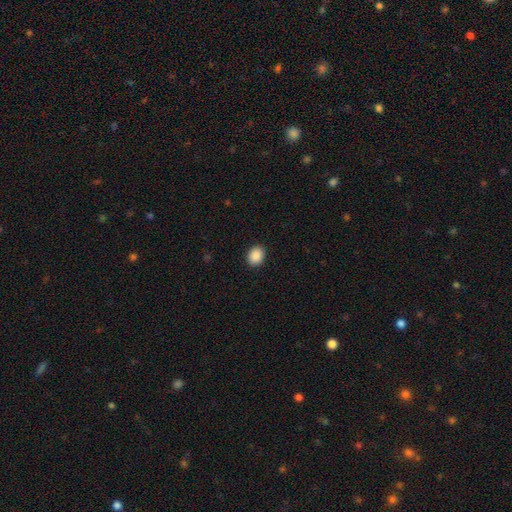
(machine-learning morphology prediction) Smooth or featured: smooth — 90% (star or artifact — 8%)
How rounded: in between — 52% (round — 47%)
Merging: none — 91% (minor disturbance — 6%)